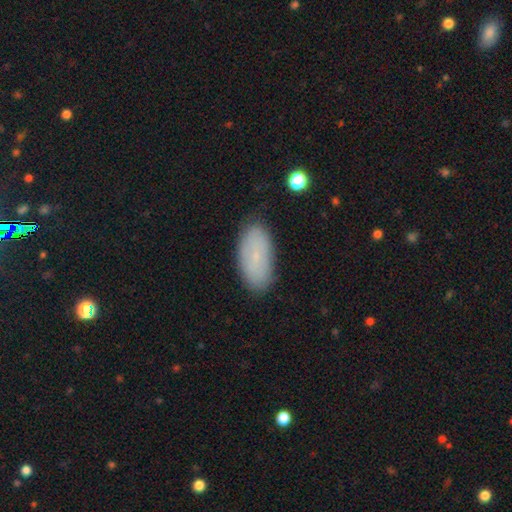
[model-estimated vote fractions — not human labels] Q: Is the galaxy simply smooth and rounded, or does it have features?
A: smooth — 71%.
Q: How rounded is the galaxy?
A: in between — 93%.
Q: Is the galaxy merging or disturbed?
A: none — 85%.